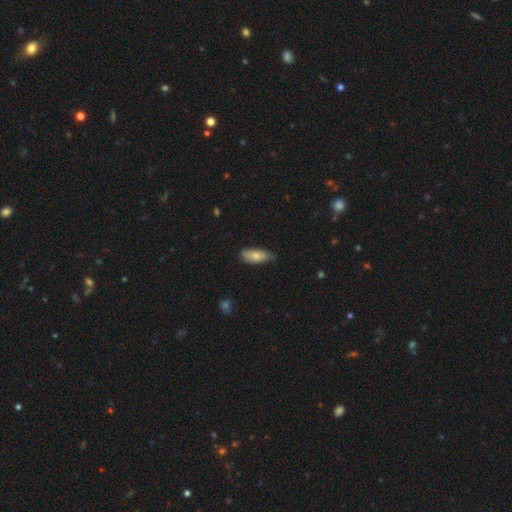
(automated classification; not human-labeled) smooth_or_featured: smooth (p=0.75) [alt: featured or disk p=0.19]
how_rounded: in between (p=0.79) [alt: cigar-shaped p=0.19]
merging: none (p=0.66) [alt: minor disturbance p=0.29]